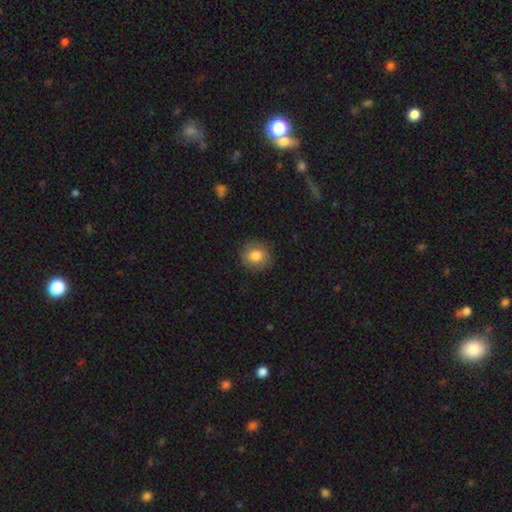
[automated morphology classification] Smooth or featured: smooth — 82% (featured or disk — 9%)
How rounded: round — 90% (in between — 9%)
Merging: none — 89% (minor disturbance — 8%)